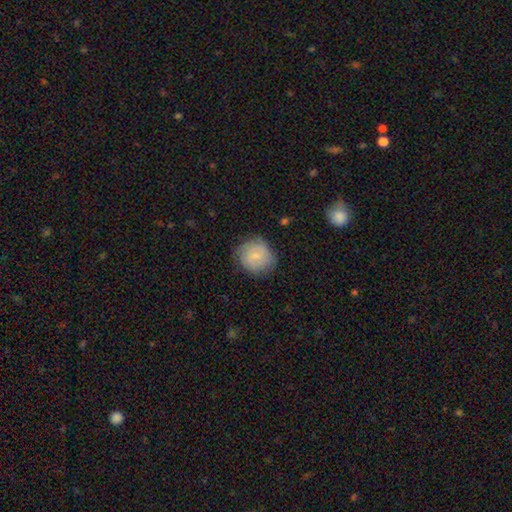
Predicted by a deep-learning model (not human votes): Q: Smooth or featured?
A: smooth (72%); runner-up: featured or disk (21%)
Q: How rounded?
A: round (83%); runner-up: in between (16%)
Q: Merging?
A: none (72%); runner-up: minor disturbance (21%)